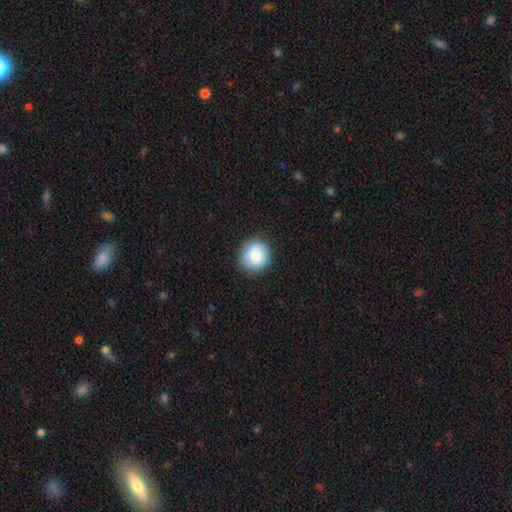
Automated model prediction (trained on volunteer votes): smooth 82%, featured or disk 10%, star or artifact 8%. Down the decision tree: how rounded — round (91%); merging — none (86%).